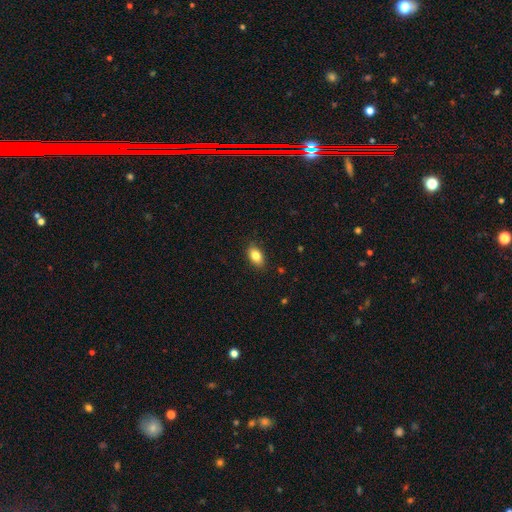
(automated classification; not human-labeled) smooth-or-featured: smooth: 82% | featured or disk: 10% | star or artifact: 8%
  how-rounded: in between: 88% | round: 10% | cigar-shaped: 2%
  merging: none: 86% | minor disturbance: 11% | major disturbance: 2% | merger: 1%